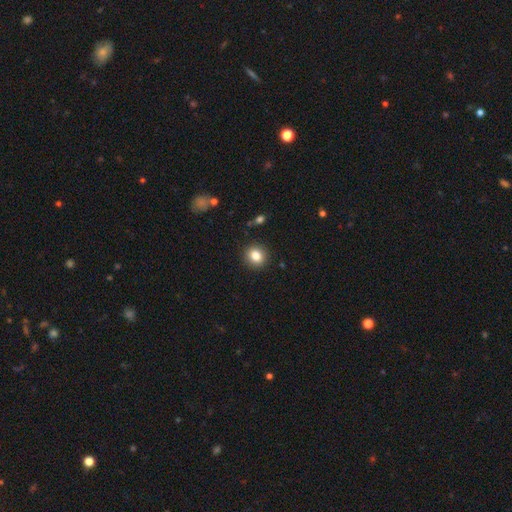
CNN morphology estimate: Smooth or featured?
  - smooth: 83% *
  - star or artifact: 10%
  - featured or disk: 7%
How rounded?
  - round: 77% *
  - in between: 22%
  - cigar-shaped: 1%
Merging?
  - none: 90% *
  - minor disturbance: 6%
  - major disturbance: 2%
  - merger: 1%